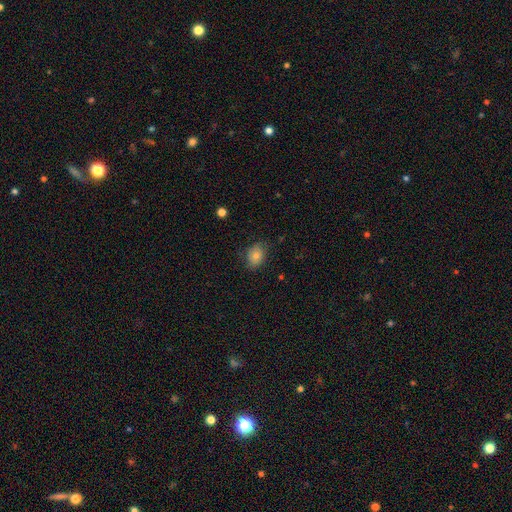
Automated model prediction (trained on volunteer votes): This is likely a smooth galaxy (73%). How rounded: likely in between (64%). Merging: likely none (77%).